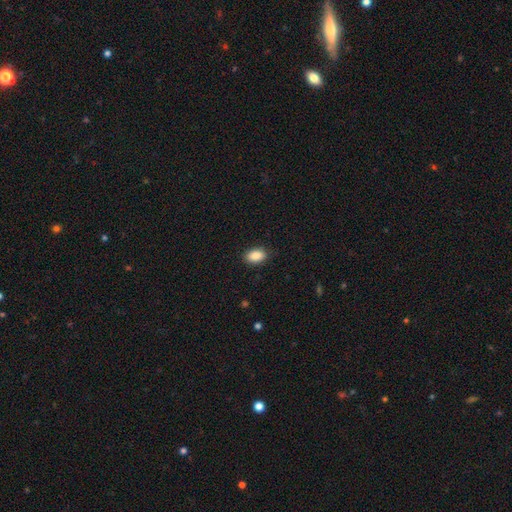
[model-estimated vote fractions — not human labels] This is clearly a smooth galaxy (89%). How rounded: clearly in between (91%). Merging: clearly none (88%).